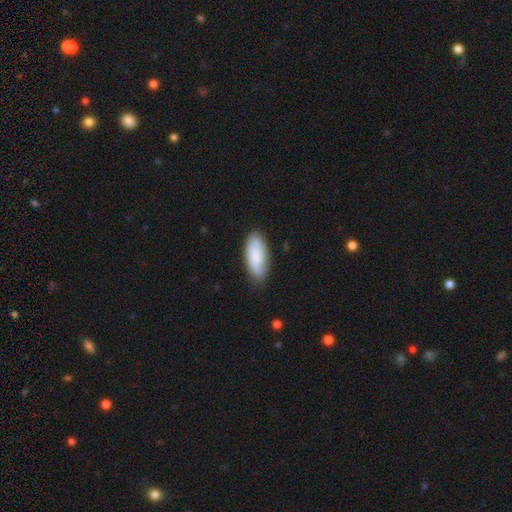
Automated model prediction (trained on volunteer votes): This appears to be a smooth galaxy with no disk features (80%) that is in between round and cigar-shaped (81%). Merging: none (79%).